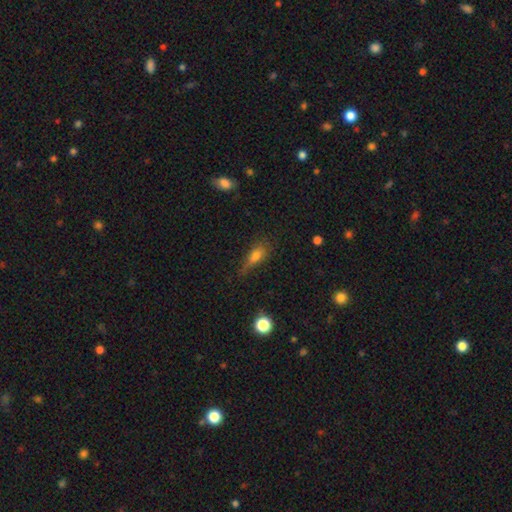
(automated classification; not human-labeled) A smooth galaxy with no disk features (68%) that is in between round and cigar-shaped (62%).

Vote fractions:
- Smooth or featured? smooth: 68% / featured or disk: 18% / star or artifact: 14%
- How rounded? in between: 62% / cigar-shaped: 30% / round: 8%
- Merging? none: 48% / minor disturbance: 32% / major disturbance: 17% / merger: 3%